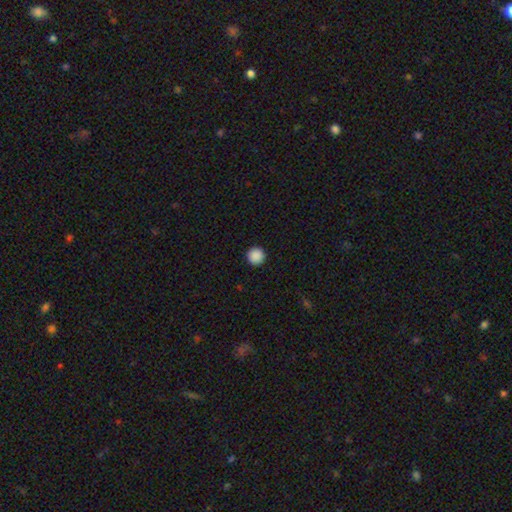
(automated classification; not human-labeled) Q: Smooth or featured?
A: smooth (89%); runner-up: star or artifact (9%)
Q: How rounded?
A: round (97%); runner-up: in between (2%)
Q: Merging?
A: none (94%); runner-up: minor disturbance (4%)